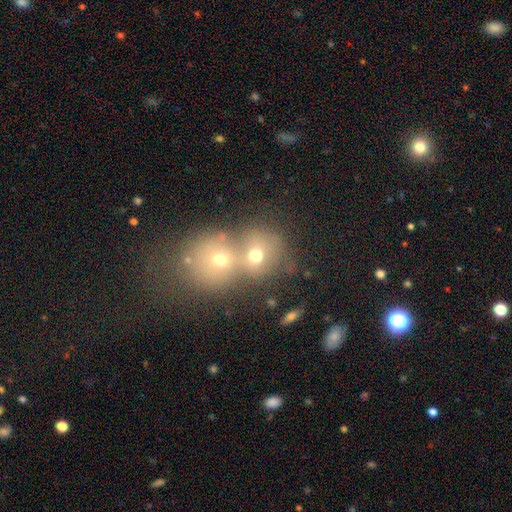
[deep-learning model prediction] Overall: smooth (66%). How rounded: round (75%). Merging: merger (68%).